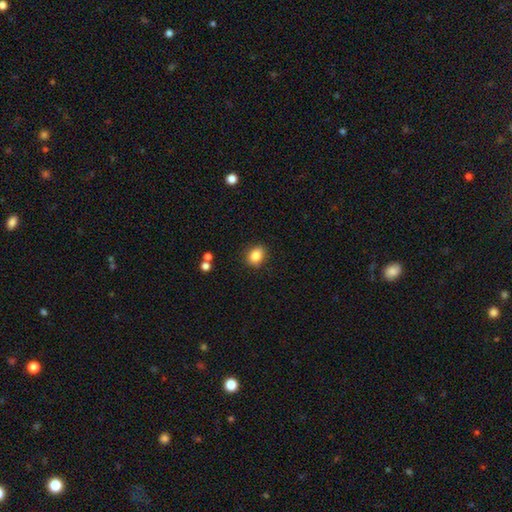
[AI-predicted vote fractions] This appears to be a smooth galaxy with no disk features (85%) that is in between round and cigar-shaped (58%). Merging: none (87%).